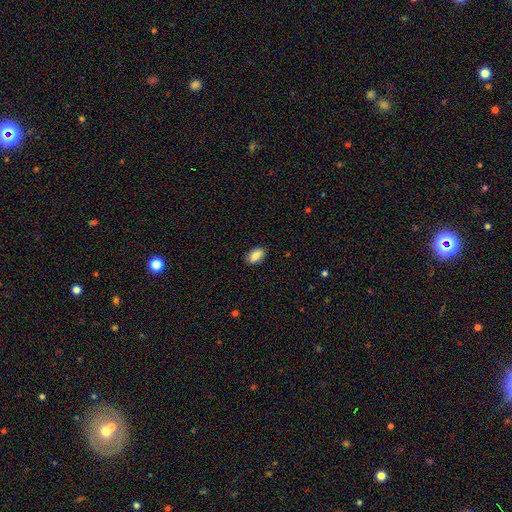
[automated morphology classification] Smooth or featured? smooth (87%)
How rounded? in between (93%)
Merging? none (87%)